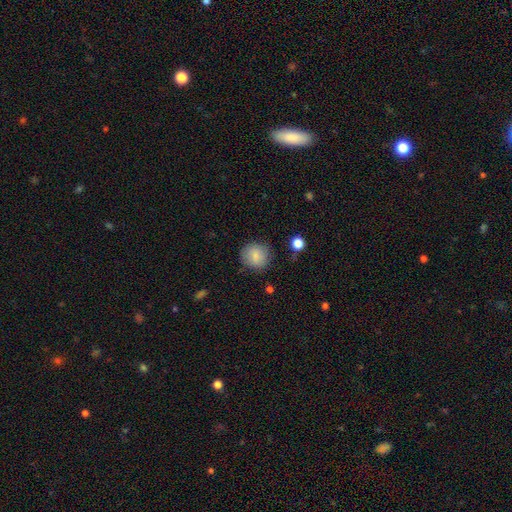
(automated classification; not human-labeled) This is clearly a smooth galaxy (83%). How rounded: clearly round (89%). Merging: clearly none (82%).